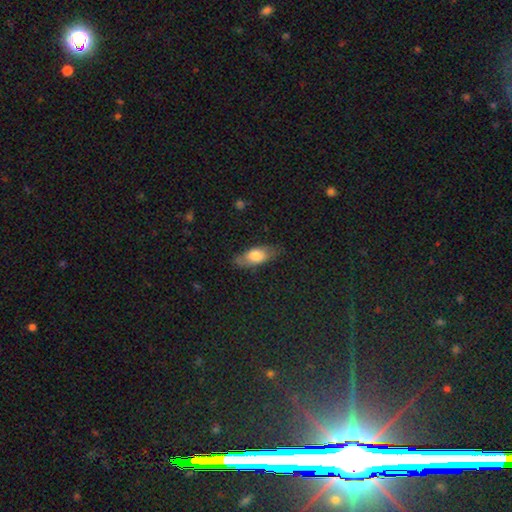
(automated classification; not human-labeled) Overall: smooth (66%). How rounded: in between (80%). Merging: none (73%).